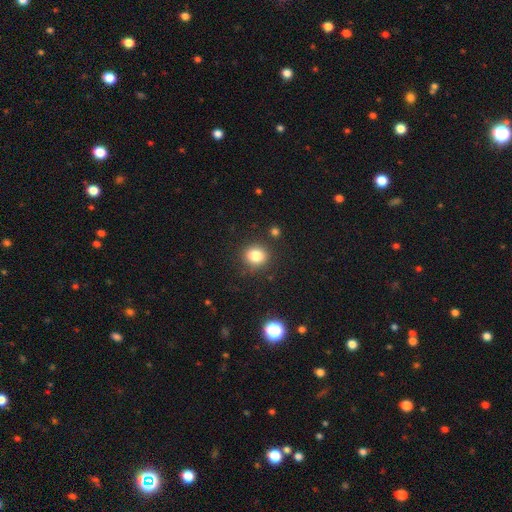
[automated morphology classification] smooth-or-featured: smooth: 82% | star or artifact: 12% | featured or disk: 6%
  how-rounded: round: 76% | in between: 23% | cigar-shaped: 1%
  merging: none: 85% | minor disturbance: 9% | major disturbance: 3% | merger: 3%